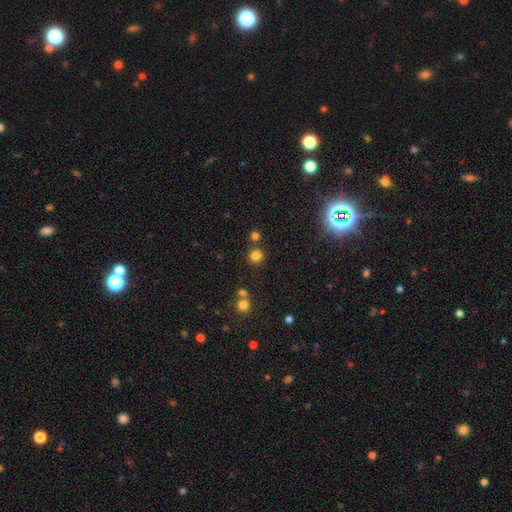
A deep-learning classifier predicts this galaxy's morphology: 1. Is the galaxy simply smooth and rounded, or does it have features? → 78% smooth, 17% star or artifact, 5% featured or disk.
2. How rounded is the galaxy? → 91% round, 8% in between, 1% cigar-shaped.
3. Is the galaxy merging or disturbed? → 79% none, 11% merger, 7% minor disturbance, 3% major disturbance.